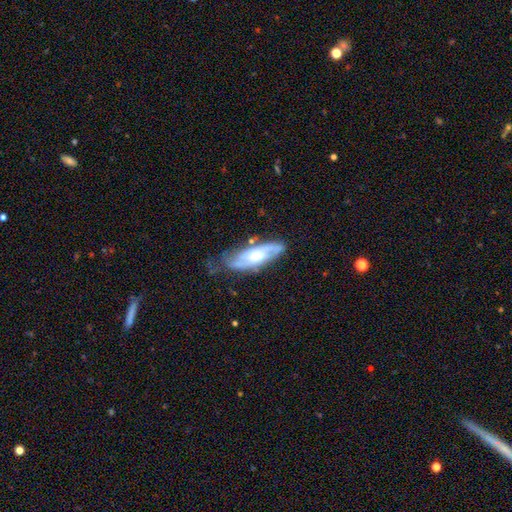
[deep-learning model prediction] Smooth or featured? featured or disk (69%)
Edge-on disk? no (82%)
Bar? no (60%)
Spiral arms? yes (88%)
Spiral winding? medium (41%)
Spiral arm count? 2 (59%)
Bulge size? moderate (53%)
Merging? none (63%)